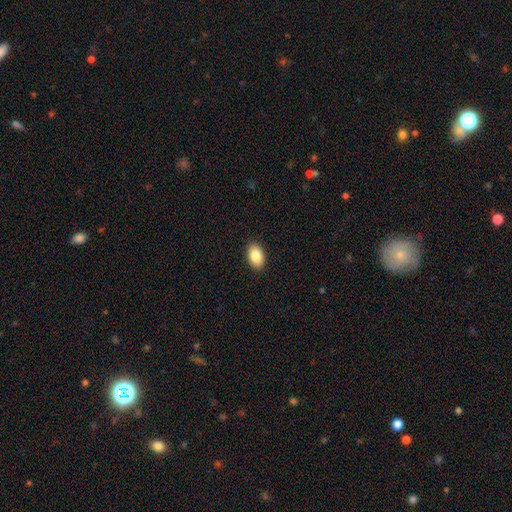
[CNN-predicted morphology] Smooth or featured? Predicted: smooth (p=0.87). How rounded? Predicted: in between (p=0.91). Merging? Predicted: none (p=0.91).